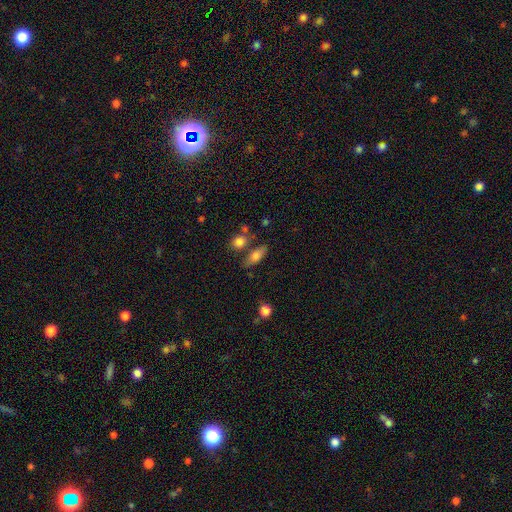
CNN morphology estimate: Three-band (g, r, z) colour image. It shows a smooth galaxy with no disk features (74%) that is in between round and cigar-shaped (68%). Merging: none (64%).